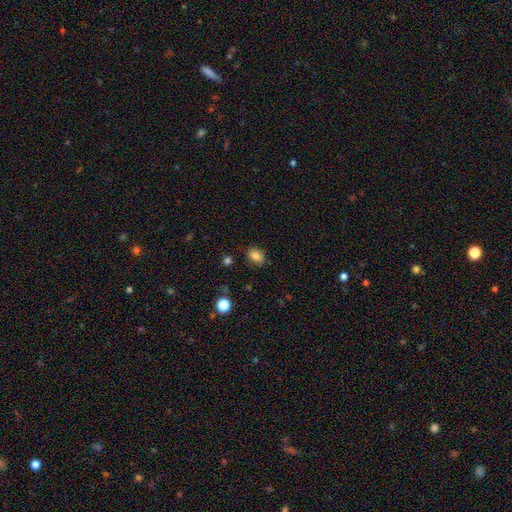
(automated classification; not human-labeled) A smooth galaxy with no disk features (83%) that is in between round and cigar-shaped (72%). Merging: none (79%).